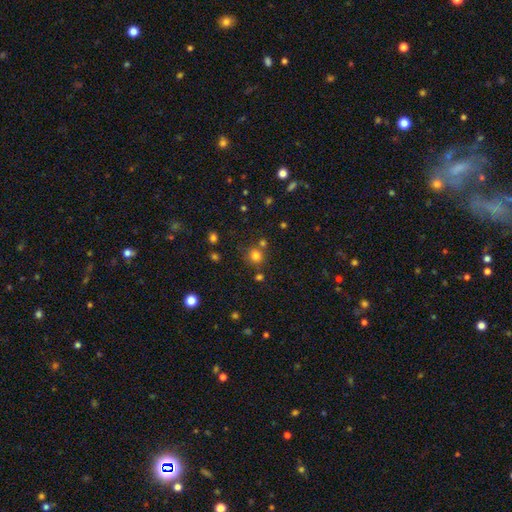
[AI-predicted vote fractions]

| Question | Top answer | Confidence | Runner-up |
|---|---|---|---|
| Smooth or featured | smooth | 76% | star or artifact (17%) |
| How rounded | round | 89% | in between (10%) |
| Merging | none | 71% | merger (16%) |